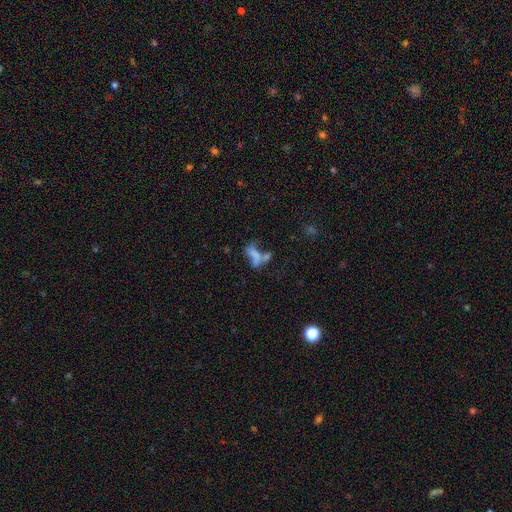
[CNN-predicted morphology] Smooth or featured? Predicted: smooth (p=0.49). Merging? Predicted: merger (p=0.49).